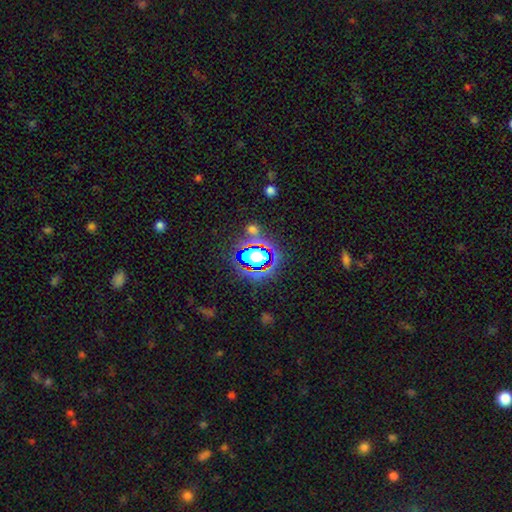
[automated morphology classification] Smooth or featured? star or artifact (58%)